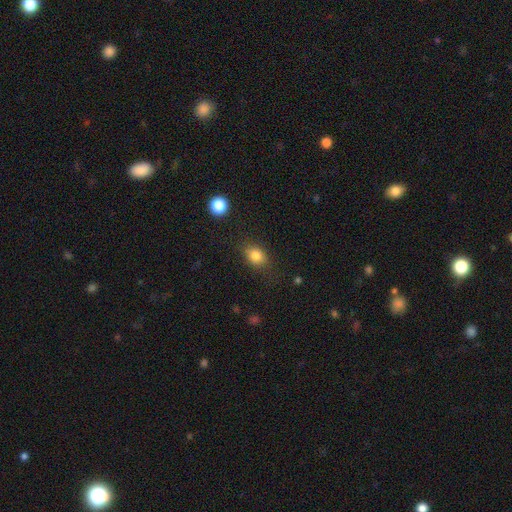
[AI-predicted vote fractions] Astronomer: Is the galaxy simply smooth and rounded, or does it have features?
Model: smooth — 83%.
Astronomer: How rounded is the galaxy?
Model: in between — 60% (runner-up: round, 39%).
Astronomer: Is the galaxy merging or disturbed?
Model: none — 77%.